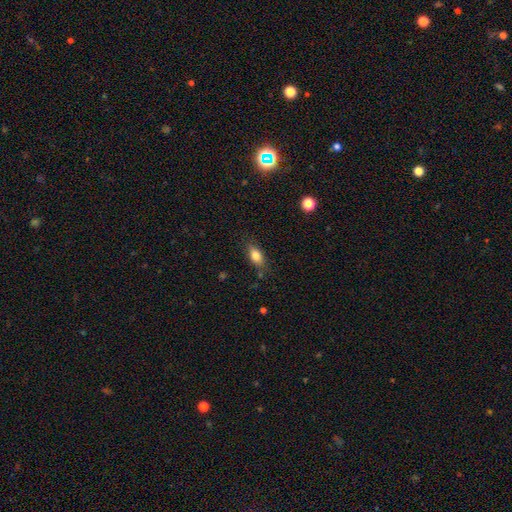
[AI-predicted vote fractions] Smooth or featured? Predicted: smooth (p=0.80). How rounded? Predicted: in between (p=0.82). Merging? Predicted: none (p=0.79).